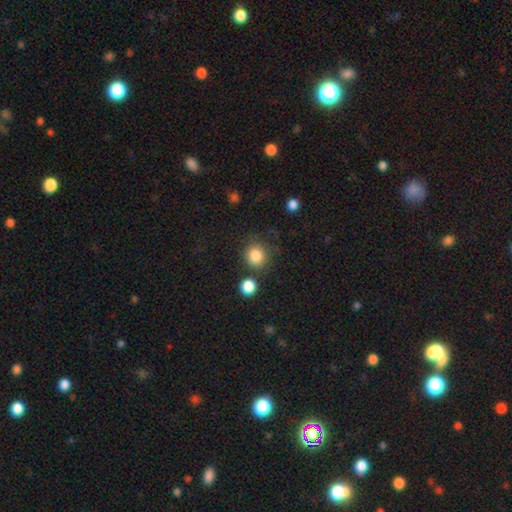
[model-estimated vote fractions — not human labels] Smooth or featured? Predicted: smooth (p=0.85). How rounded? Predicted: round (p=0.88). Merging? Predicted: none (p=0.78).